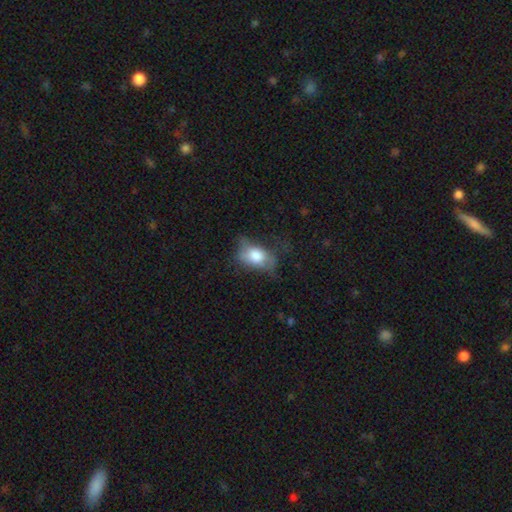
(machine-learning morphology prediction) smooth 70%, featured or disk 22%, star or artifact 8%. Down the decision tree: how rounded — in between (82%); merging — none (39%).